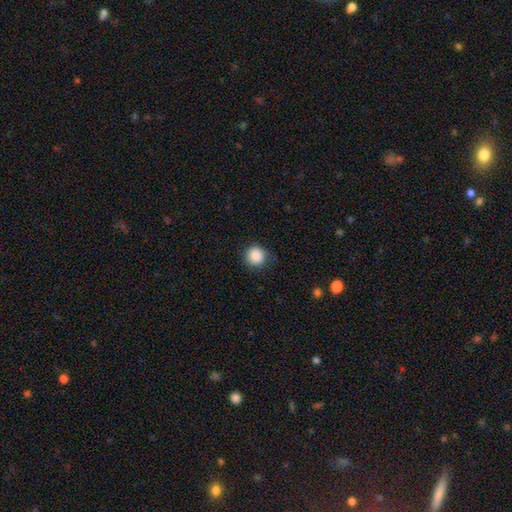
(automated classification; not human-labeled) Overall: smooth (88%). How rounded: round (92%). Merging: none (81%).